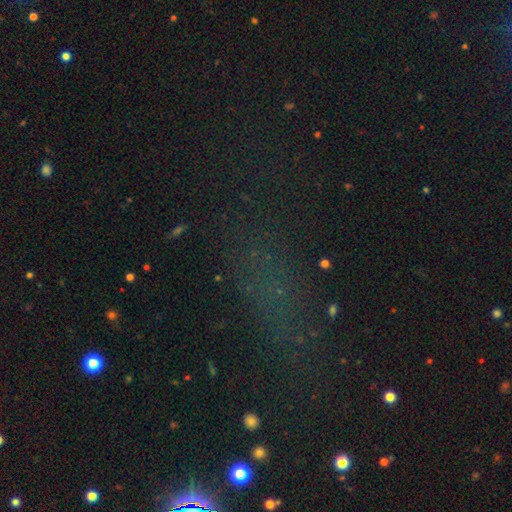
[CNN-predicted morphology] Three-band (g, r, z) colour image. It shows a star or artifact, not a galaxy (51%).